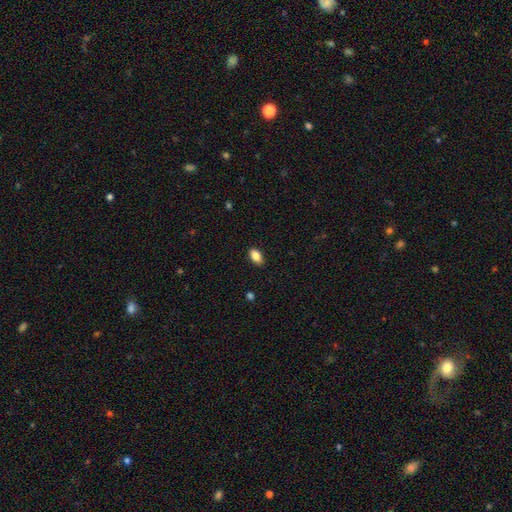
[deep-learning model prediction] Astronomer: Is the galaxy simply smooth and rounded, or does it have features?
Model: smooth — 85%.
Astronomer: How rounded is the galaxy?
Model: in between — 90%.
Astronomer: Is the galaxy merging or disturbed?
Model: none — 88%.